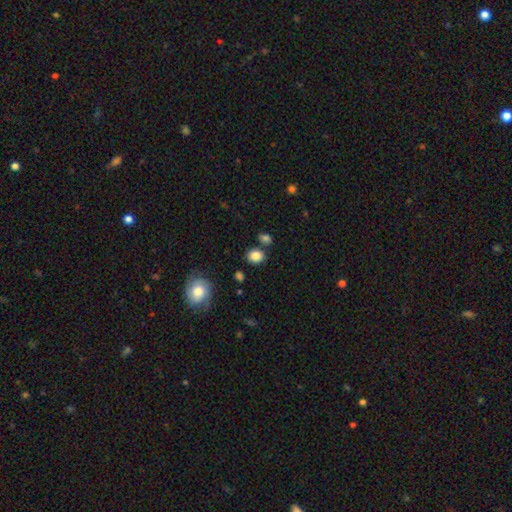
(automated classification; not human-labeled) Smooth or featured?
  - smooth: 85% *
  - star or artifact: 10%
  - featured or disk: 5%
How rounded?
  - round: 62% *
  - in between: 37%
  - cigar-shaped: 1%
Merging?
  - none: 78% *
  - minor disturbance: 11%
  - merger: 8%
  - major disturbance: 3%